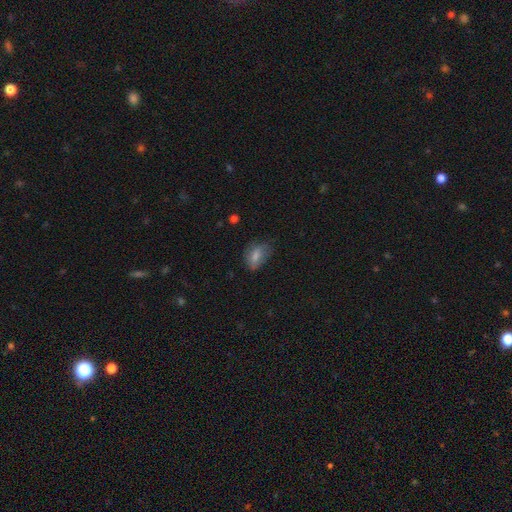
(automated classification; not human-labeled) smooth-or-featured: smooth: 70% | featured or disk: 19% | star or artifact: 12%
  how-rounded: in between: 82% | round: 12% | cigar-shaped: 5%
  merging: none: 56% | minor disturbance: 30% | major disturbance: 12% | merger: 2%